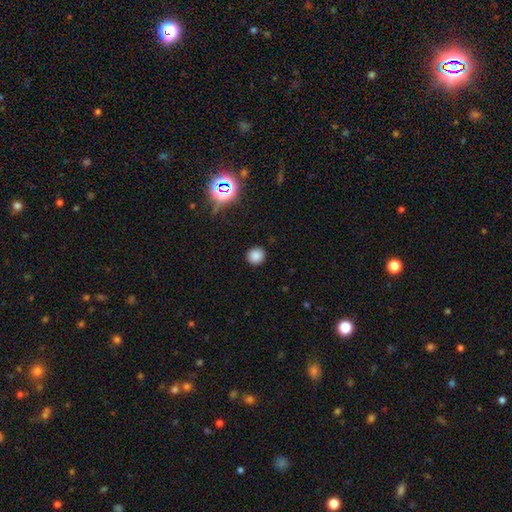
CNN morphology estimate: A smooth galaxy with no disk features (83%) that is round (92%). Merging: none (90%).